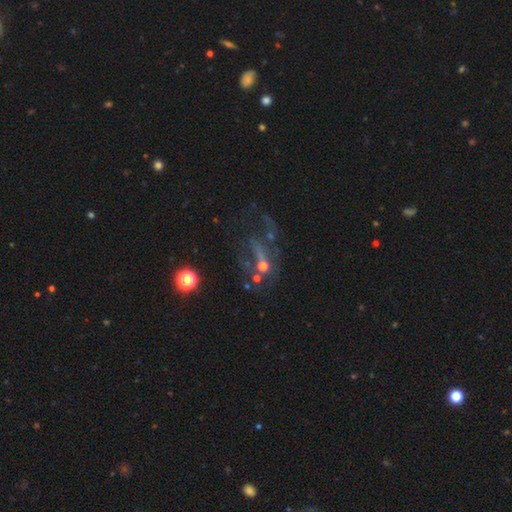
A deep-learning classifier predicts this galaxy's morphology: This appears to be a featured or disk galaxy (48%). Merging: major disturbance (38%).